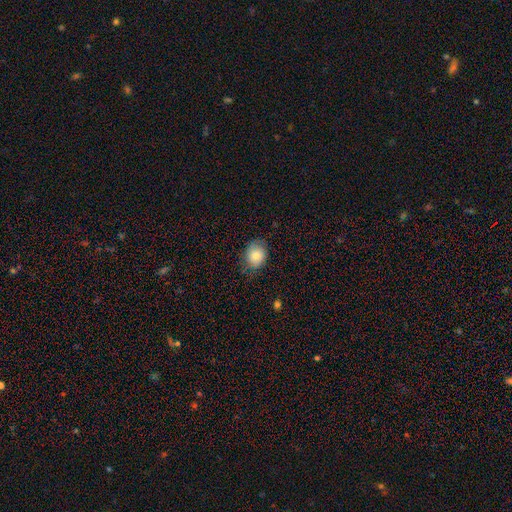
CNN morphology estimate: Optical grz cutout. It shows a smooth galaxy with no disk features (79%) that is in between round and cigar-shaped (52%). Merging: none (72%).